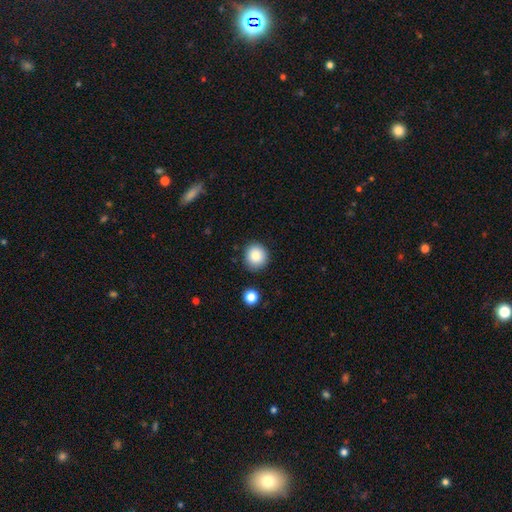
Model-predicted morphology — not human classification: A smooth galaxy with no disk features (86%) that is round (90%).

Vote fractions:
- Smooth or featured? smooth: 86% / star or artifact: 9% / featured or disk: 5%
- How rounded? round: 90% / in between: 9% / cigar-shaped: 1%
- Merging? none: 88% / minor disturbance: 8% / merger: 2% / major disturbance: 2%